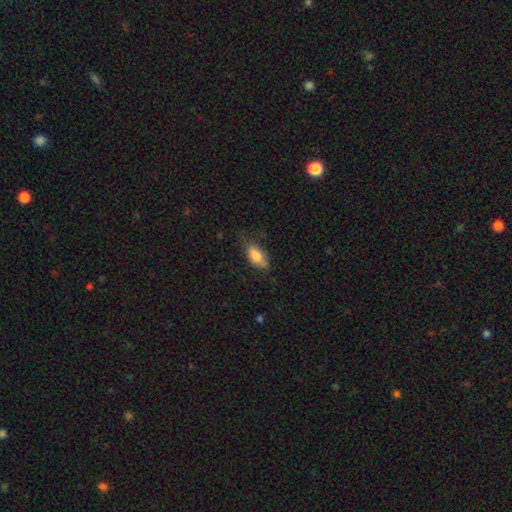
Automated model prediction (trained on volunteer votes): Q: Smooth or featured?
A: smooth (81%); runner-up: featured or disk (12%)
Q: How rounded?
A: in between (88%); runner-up: cigar-shaped (9%)
Q: Merging?
A: none (60%); runner-up: minor disturbance (29%)